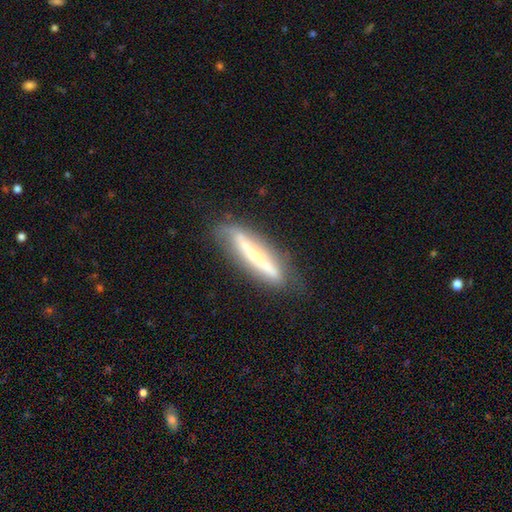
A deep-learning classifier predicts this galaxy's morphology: A featured or disk galaxy (66%) viewed edge-on (71%). Merging: none (71%).